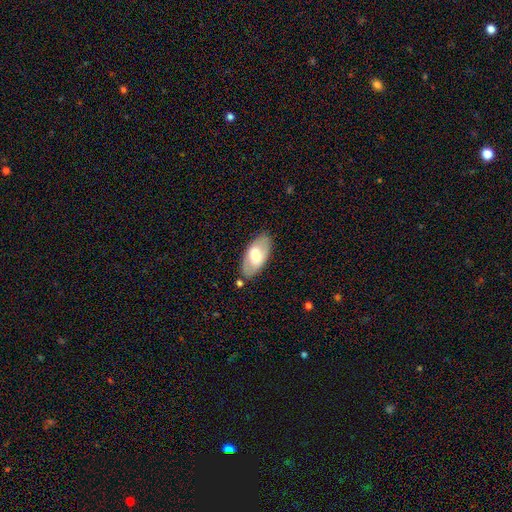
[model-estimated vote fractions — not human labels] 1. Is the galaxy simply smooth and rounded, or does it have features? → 55% smooth, 40% featured or disk, 6% star or artifact.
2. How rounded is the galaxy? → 93% in between, 4% cigar-shaped, 3% round.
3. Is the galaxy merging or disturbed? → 82% none, 12% minor disturbance, 4% major disturbance, 3% merger.